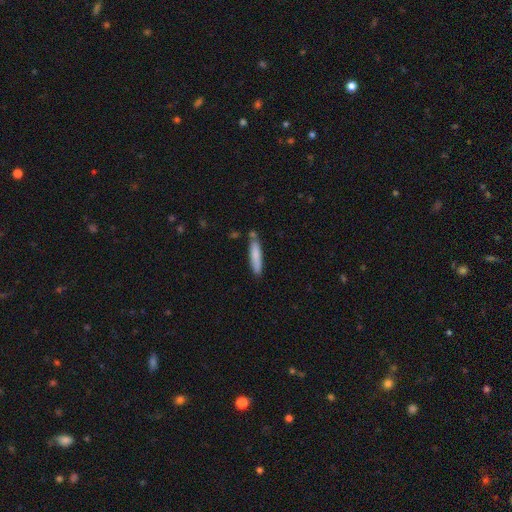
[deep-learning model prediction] This is likely a smooth galaxy (79%). How rounded: clearly cigar-shaped (87%). Merging: likely none (74%).